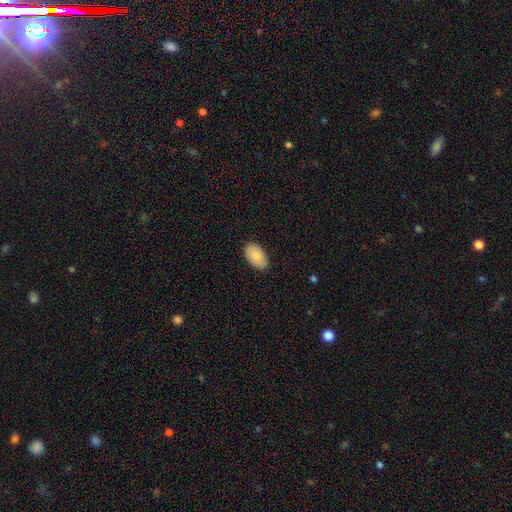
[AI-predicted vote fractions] smooth 85%, featured or disk 9%, star or artifact 6%. Down the decision tree: how rounded — in between (95%); merging — none (85%).